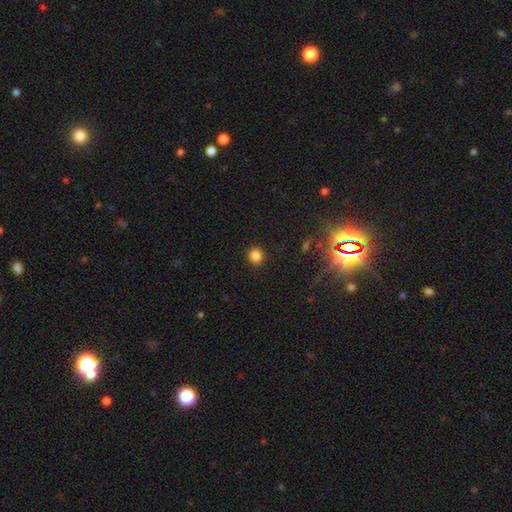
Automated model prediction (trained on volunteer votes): Overall: smooth (83%). How rounded: round (88%). Merging: none (91%).